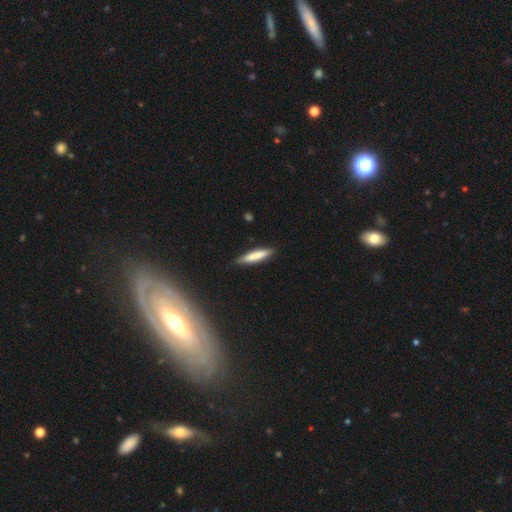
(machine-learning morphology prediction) Overall: smooth (72%). How rounded: cigar-shaped (87%). Merging: none (87%).